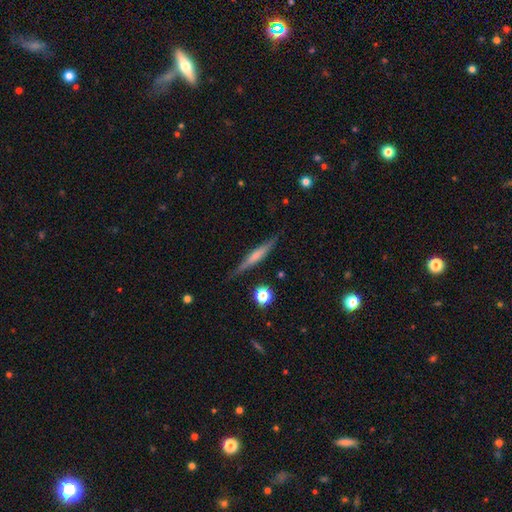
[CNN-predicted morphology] Overall: featured or disk (54%; smooth 39%). Edge-on disk: yes (96%). Edge-on bulge: none (44%; rounded 35%). Merging: none (86%).